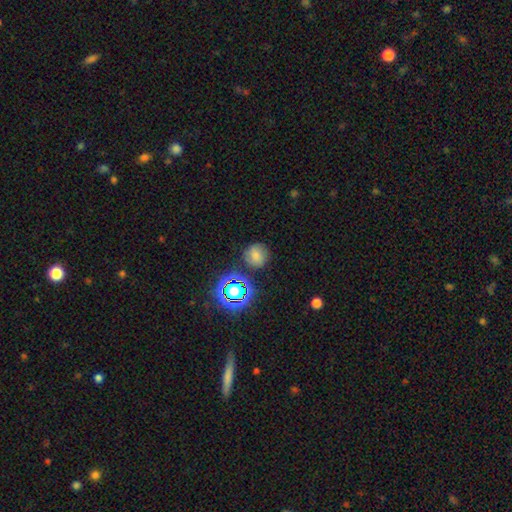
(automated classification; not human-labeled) Smooth or featured?
  - smooth: 66% *
  - star or artifact: 21%
  - featured or disk: 13%
How rounded?
  - round: 87% *
  - in between: 11%
  - cigar-shaped: 1%
Merging?
  - none: 79% *
  - minor disturbance: 13%
  - merger: 4%
  - major disturbance: 4%